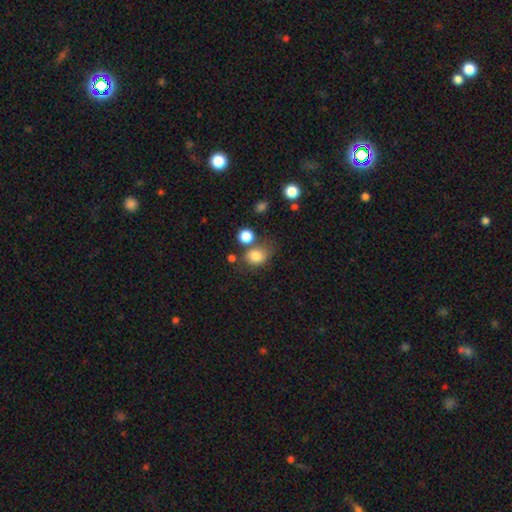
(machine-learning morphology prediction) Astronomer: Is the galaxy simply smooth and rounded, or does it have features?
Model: smooth — 81%.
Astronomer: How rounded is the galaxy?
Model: round — 56% (runner-up: in between, 43%).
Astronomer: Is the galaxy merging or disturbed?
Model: none — 57%.